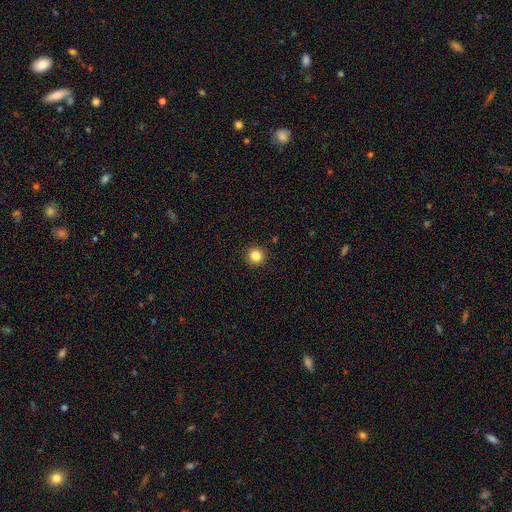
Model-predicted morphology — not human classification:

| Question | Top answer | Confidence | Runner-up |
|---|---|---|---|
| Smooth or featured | smooth | 84% | star or artifact (12%) |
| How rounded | round | 95% | in between (4%) |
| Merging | none | 93% | minor disturbance (4%) |